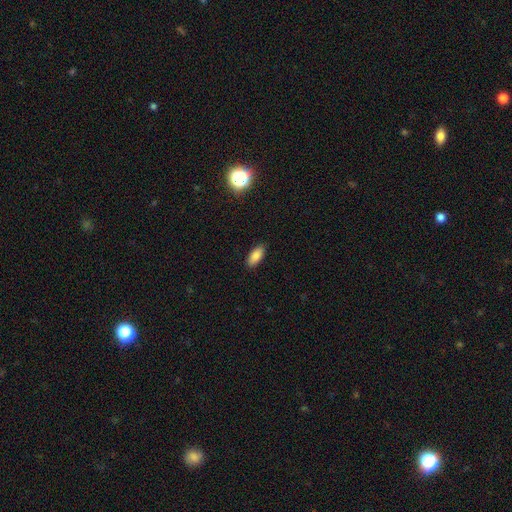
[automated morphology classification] Overall: smooth (85%). How rounded: in between (87%). Merging: none (88%).